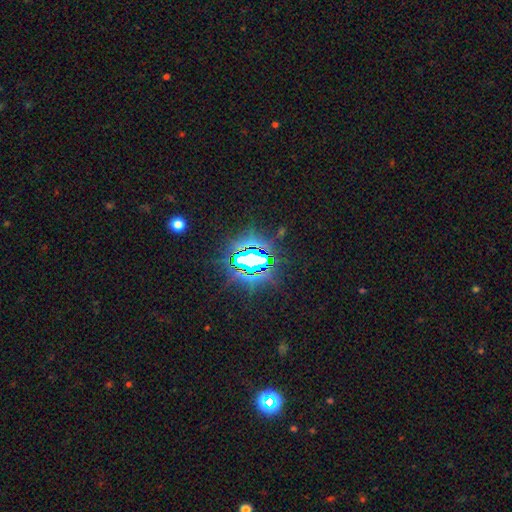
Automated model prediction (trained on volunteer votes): The model was most divided on "smooth or featured": star or artifact: 79%, smooth: 11%, featured or disk: 10%.